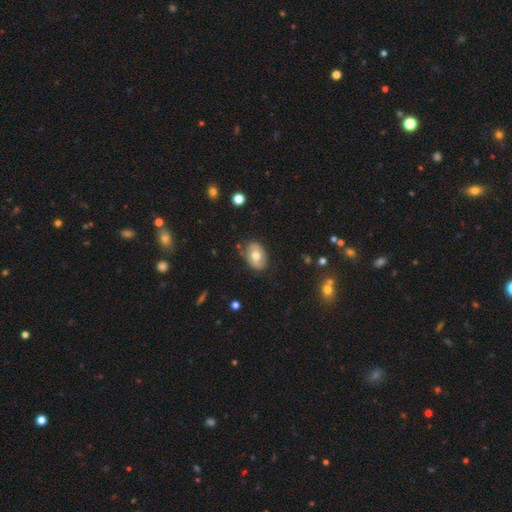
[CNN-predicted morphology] Overall: smooth (64%; featured or disk 28%). How rounded: in between (81%). Merging: none (78%).